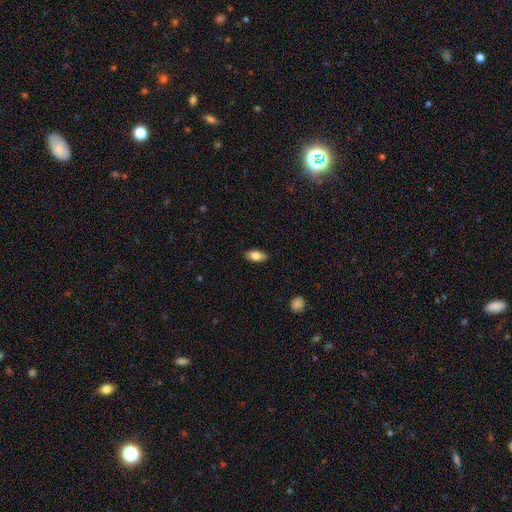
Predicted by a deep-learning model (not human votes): Morphology: type=smooth (78%); roundness=in between (88%); merging=none (88%).